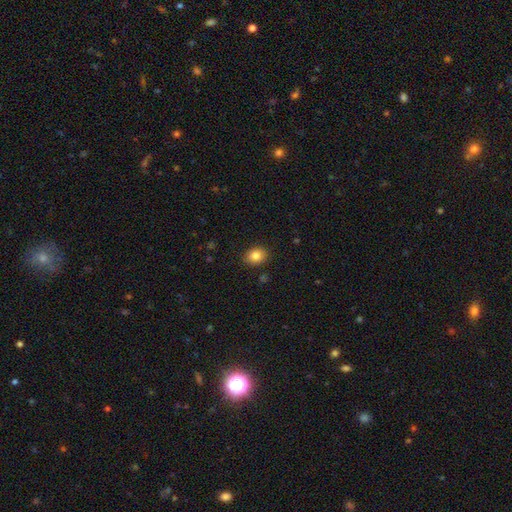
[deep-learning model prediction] smooth-or-featured: smooth: 84% | star or artifact: 9% | featured or disk: 7%
  how-rounded: in between: 55% | round: 44% | cigar-shaped: 1%
  merging: none: 89% | minor disturbance: 8% | major disturbance: 2% | merger: 1%